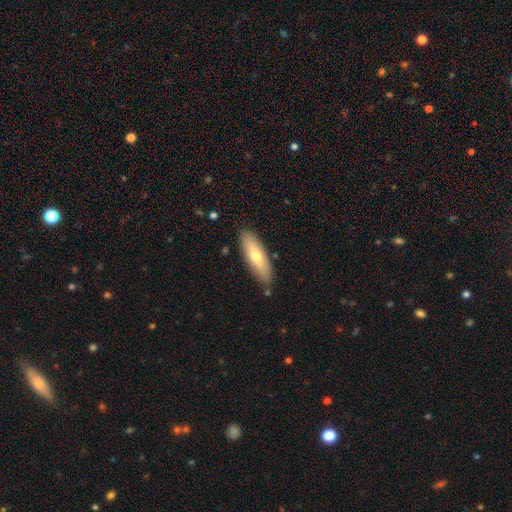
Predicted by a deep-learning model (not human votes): Smooth or featured? smooth (62%)
How rounded? cigar-shaped (57%)
Merging? none (86%)